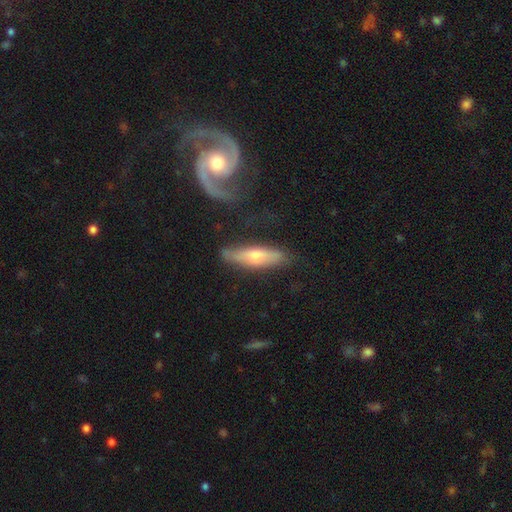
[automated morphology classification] Q: Smooth or featured?
A: featured or disk (50%); runner-up: smooth (44%)
Q: Merging?
A: none (66%); runner-up: minor disturbance (20%)